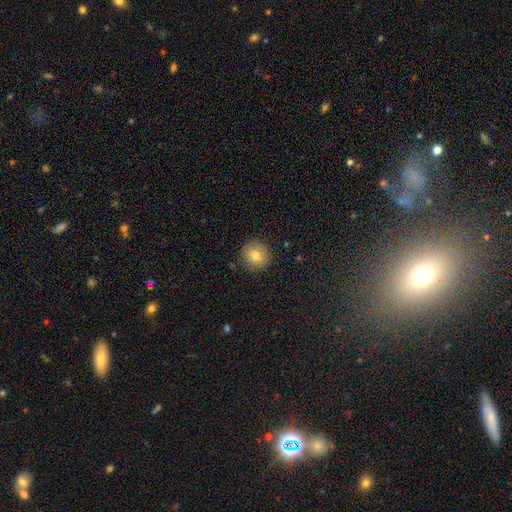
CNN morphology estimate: Q: Smooth or featured?
A: smooth (78%); runner-up: featured or disk (12%)
Q: How rounded?
A: round (92%); runner-up: in between (7%)
Q: Merging?
A: none (89%); runner-up: minor disturbance (8%)